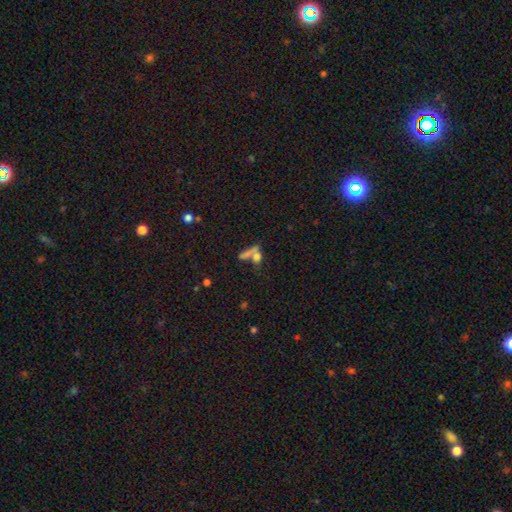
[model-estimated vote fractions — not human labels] smooth_or_featured: smooth (p=0.58) [alt: featured or disk p=0.23]
how_rounded: in between (p=0.37) [alt: cigar-shaped p=0.36]
merging: none (p=0.43) [alt: merger p=0.39]